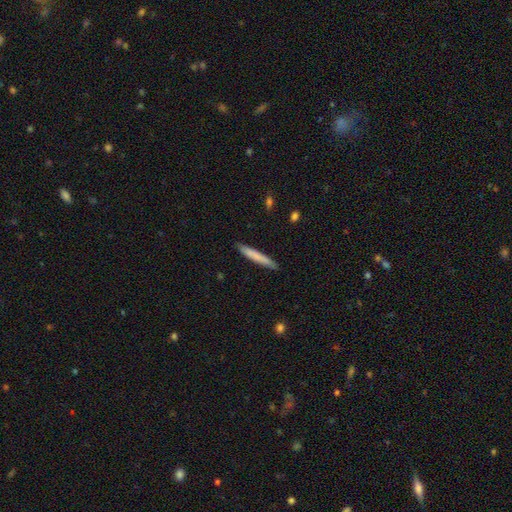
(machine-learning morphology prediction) Smooth or featured? Predicted: smooth (p=0.75). How rounded? Predicted: cigar-shaped (p=0.95). Merging? Predicted: none (p=0.88).